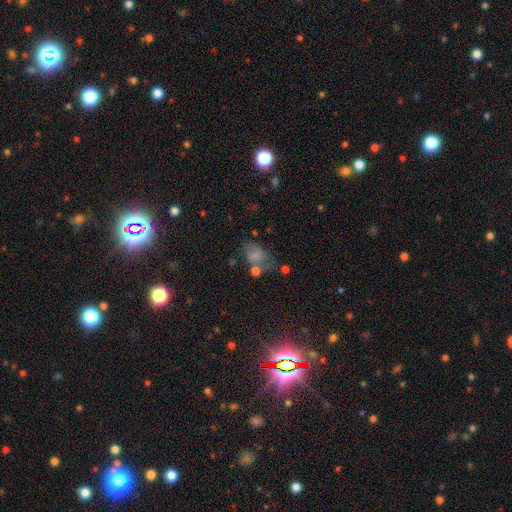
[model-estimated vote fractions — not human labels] A smooth galaxy with no disk features (54%) that is in between round and cigar-shaped (71%). Merging: none (40%).